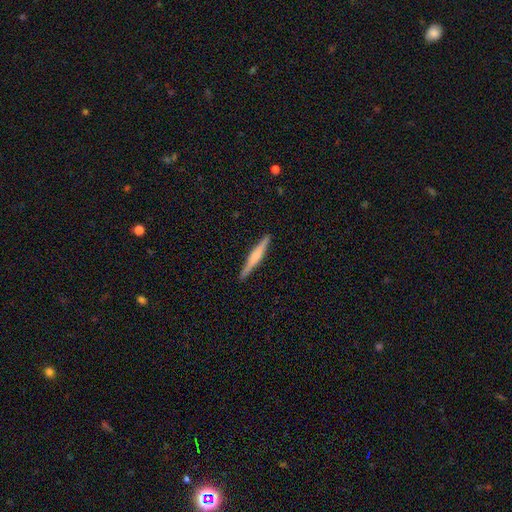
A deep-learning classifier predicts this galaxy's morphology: type=featured or disk (56%); edge-on=yes (98%); edge-on bulge=rounded (52%); merging=none (91%).